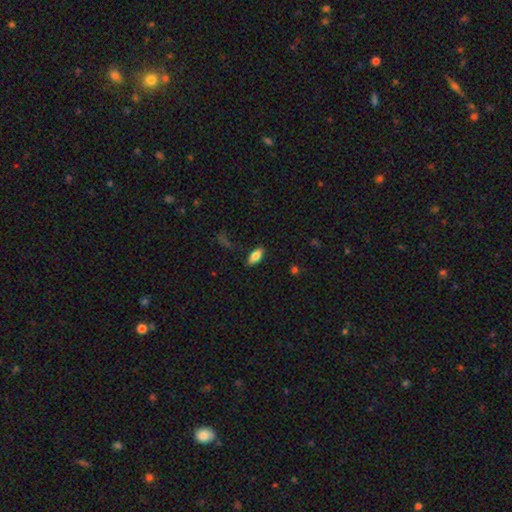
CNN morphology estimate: The model was most divided on "smooth or featured": smooth: 78%, featured or disk: 15%, star or artifact: 7%. More confident: how rounded — in between (85%); merging — none (84%).